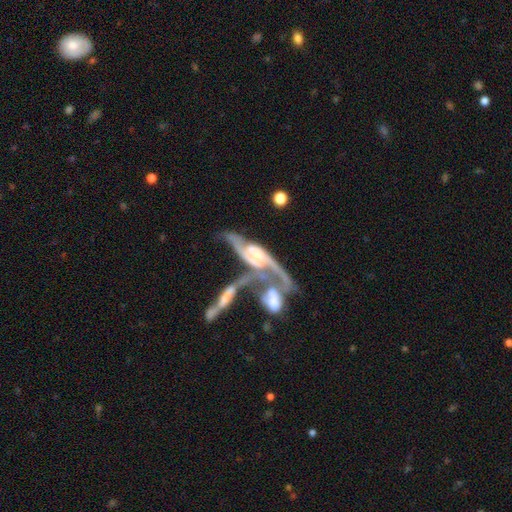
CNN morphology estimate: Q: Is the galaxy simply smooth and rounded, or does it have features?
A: featured or disk — 83%.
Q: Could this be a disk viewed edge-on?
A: no — 85%.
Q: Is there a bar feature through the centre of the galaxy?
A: no — 58%.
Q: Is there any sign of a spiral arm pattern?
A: yes — 86%.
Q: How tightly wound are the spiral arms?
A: loose — 53%.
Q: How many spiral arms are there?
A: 2 — 72%.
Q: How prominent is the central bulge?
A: moderate — 34%.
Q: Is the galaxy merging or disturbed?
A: merger — 69%.